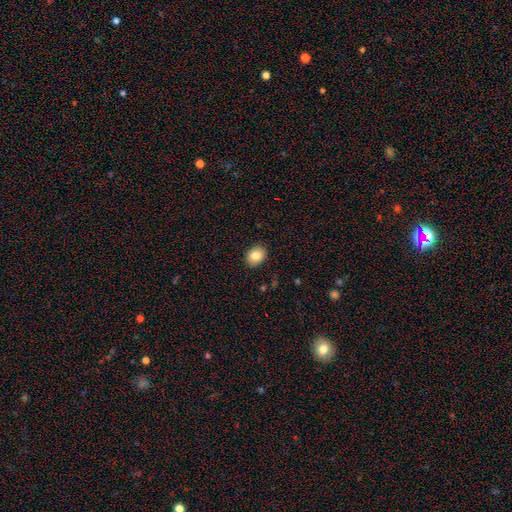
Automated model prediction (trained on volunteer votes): Smooth or featured: smooth — 83% (featured or disk — 9%)
How rounded: in between — 61% (round — 38%)
Merging: none — 90% (minor disturbance — 8%)